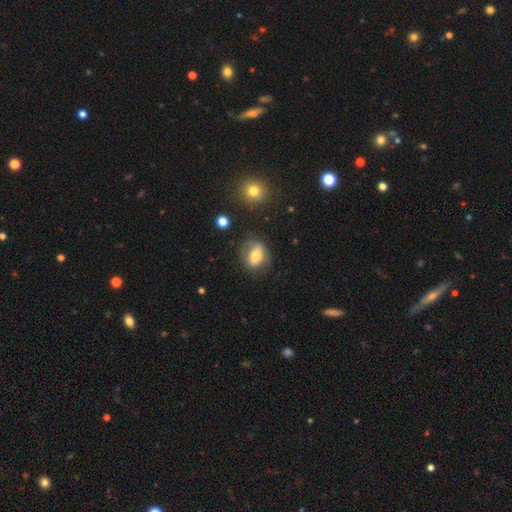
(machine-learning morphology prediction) Overall: smooth (59%; featured or disk 33%). How rounded: in between (60%; round 37%). Merging: none (66%).